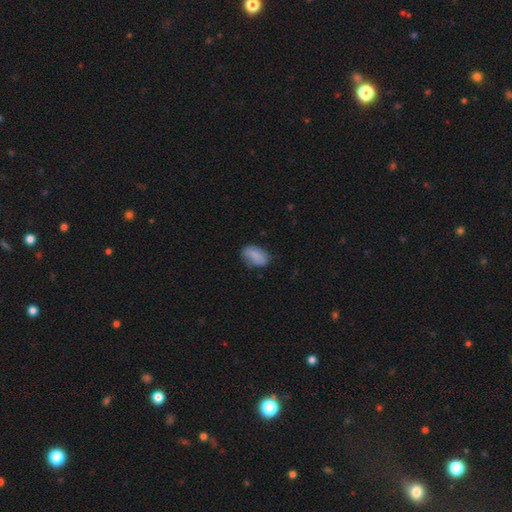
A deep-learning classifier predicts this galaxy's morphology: smooth_or_featured: smooth (p=0.82) [alt: featured or disk p=0.10]
how_rounded: in between (p=0.90) [alt: round p=0.08]
merging: none (p=0.66) [alt: minor disturbance p=0.26]